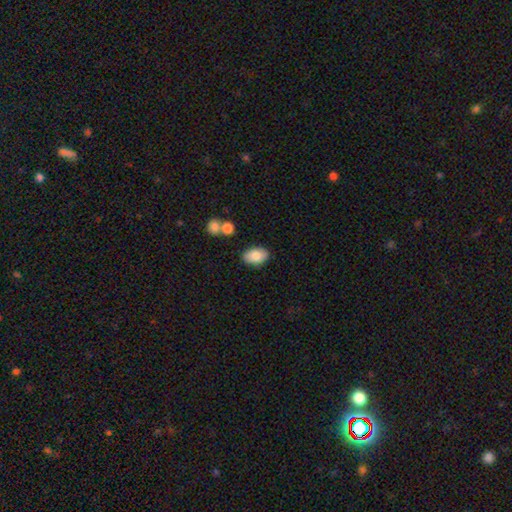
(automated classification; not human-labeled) Morphology: type=smooth (82%); roundness=in between (90%); merging=none (82%).